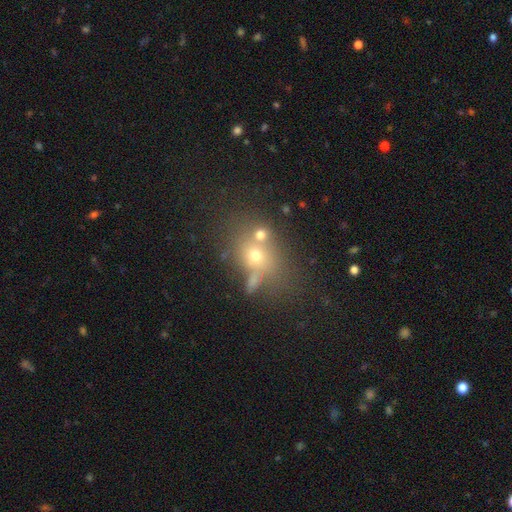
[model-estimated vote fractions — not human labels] A smooth galaxy with no disk features (49%).

Vote fractions:
- Smooth or featured? smooth: 49% / star or artifact: 27% / featured or disk: 25%
- Merging? none: 45% / merger: 33% / minor disturbance: 13% / major disturbance: 10%